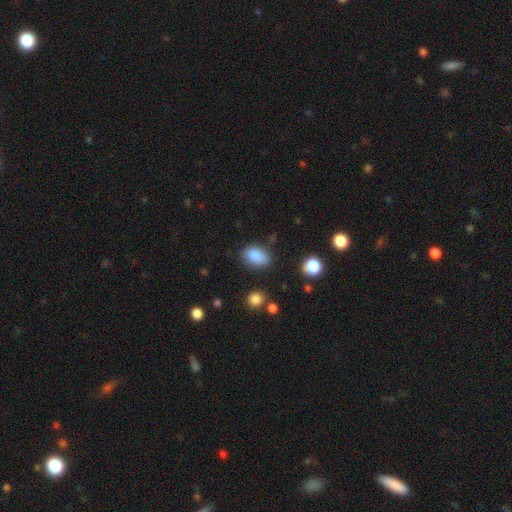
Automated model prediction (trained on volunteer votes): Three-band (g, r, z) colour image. It shows a smooth galaxy with no disk features (87%) that is in between round and cigar-shaped (83%). Merging: none (75%).